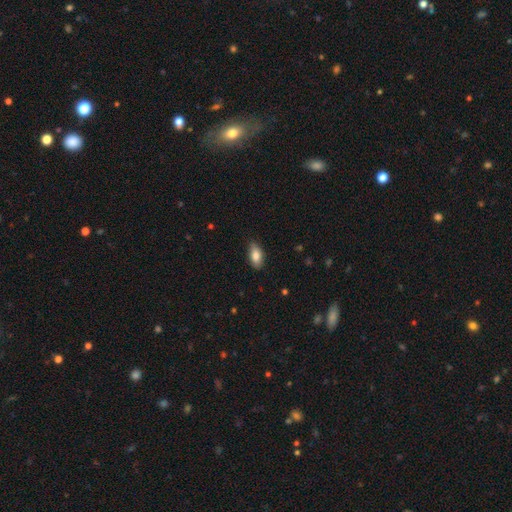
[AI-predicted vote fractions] Smooth or featured?
  - smooth: 84% *
  - featured or disk: 9%
  - star or artifact: 7%
How rounded?
  - in between: 89% *
  - cigar-shaped: 7%
  - round: 4%
Merging?
  - none: 82% *
  - minor disturbance: 14%
  - major disturbance: 2%
  - merger: 1%